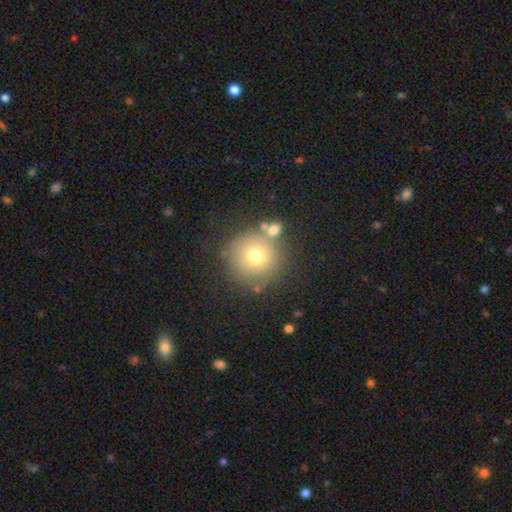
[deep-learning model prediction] Q: Smooth or featured?
A: smooth (70%); runner-up: featured or disk (16%)
Q: How rounded?
A: round (95%); runner-up: in between (4%)
Q: Merging?
A: none (74%); runner-up: minor disturbance (11%)